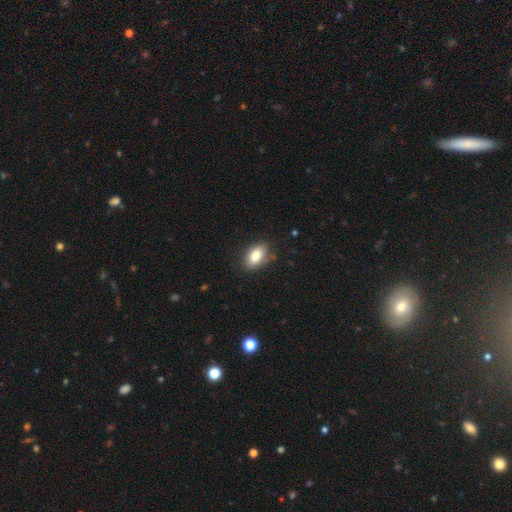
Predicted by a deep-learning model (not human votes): smooth-or-featured: smooth: 82% | featured or disk: 10% | star or artifact: 8%
  how-rounded: in between: 89% | round: 8% | cigar-shaped: 3%
  merging: none: 85% | minor disturbance: 11% | major disturbance: 2% | merger: 2%